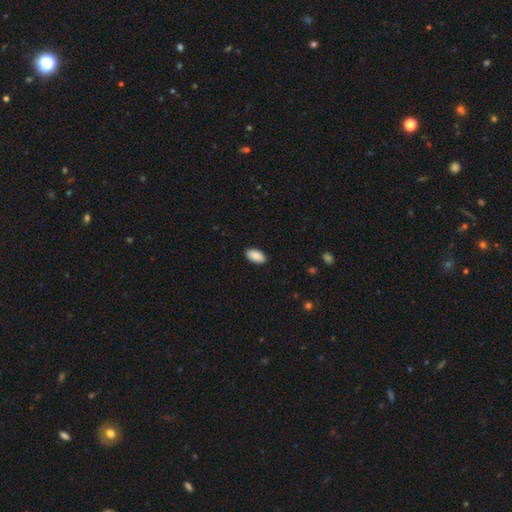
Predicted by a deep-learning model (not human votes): Overall: smooth (90%). How rounded: in between (95%). Merging: none (89%).